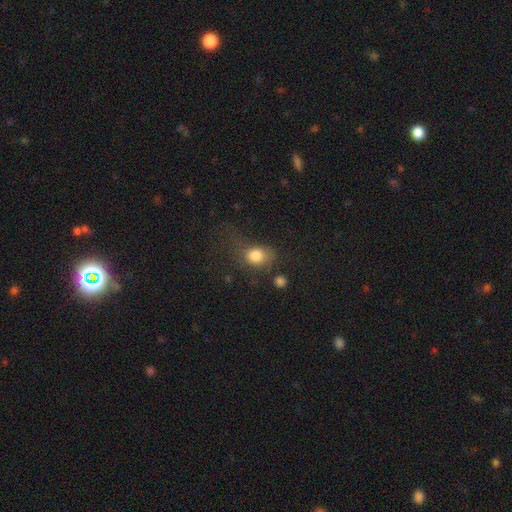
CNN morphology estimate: Q: Smooth or featured?
A: smooth (80%); runner-up: star or artifact (11%)
Q: How rounded?
A: in between (55%); runner-up: round (43%)
Q: Merging?
A: none (40%); runner-up: major disturbance (28%)